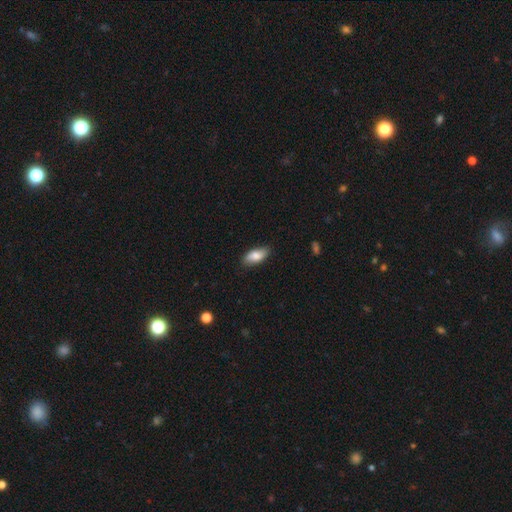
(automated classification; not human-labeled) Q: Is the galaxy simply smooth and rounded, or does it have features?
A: smooth — 80%.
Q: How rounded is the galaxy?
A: in between — 86%.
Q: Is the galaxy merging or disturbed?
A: none — 83%.